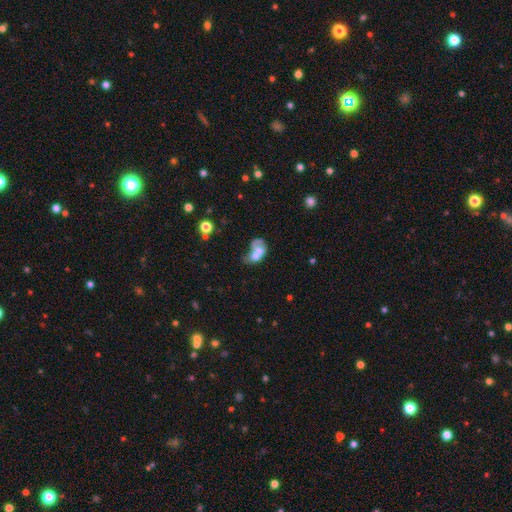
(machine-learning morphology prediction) smooth_or_featured: smooth (p=0.48) [alt: featured or disk p=0.42]
merging: merger (p=0.70) [alt: major disturbance p=0.12]